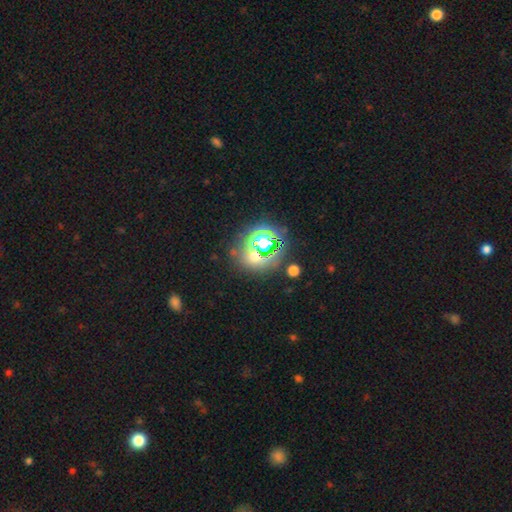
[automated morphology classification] Smooth or featured? Predicted: star or artifact (p=0.58).